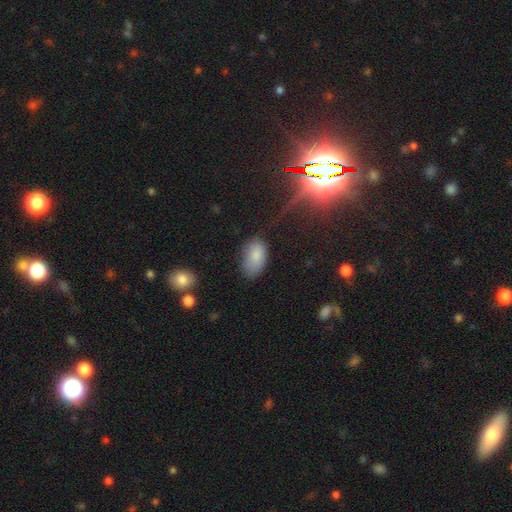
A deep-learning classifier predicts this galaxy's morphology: Overall: smooth (83%). How rounded: in between (93%). Merging: none (65%; minor disturbance 25%).